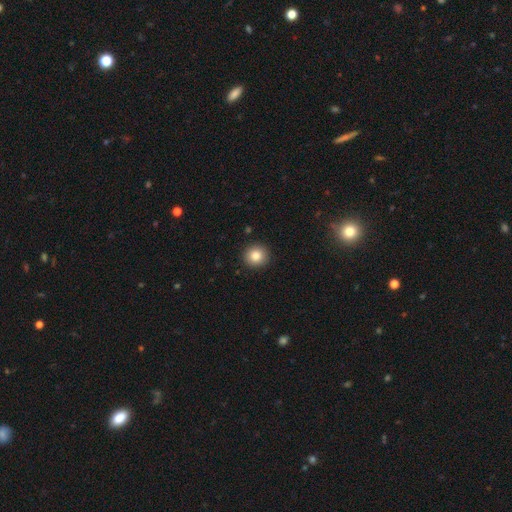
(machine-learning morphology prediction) Smooth or featured? smooth (84%)
How rounded? round (93%)
Merging? none (92%)